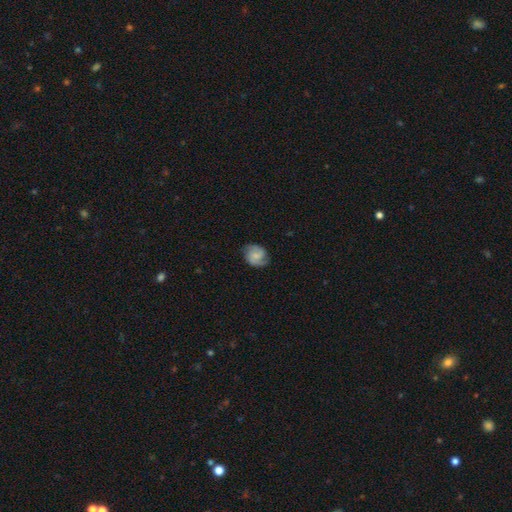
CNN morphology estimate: This is possibly a featured or disk galaxy (59%). It is clearly not viewed edge-on (98%). Bar: possibly no (54%). Spiral arm pattern: clearly yes (92%). Spiral arm count: likely 2 (76%). Spiral winding: possibly medium (46%). Central bulge: possibly small (47%). Merging: likely none (75%).